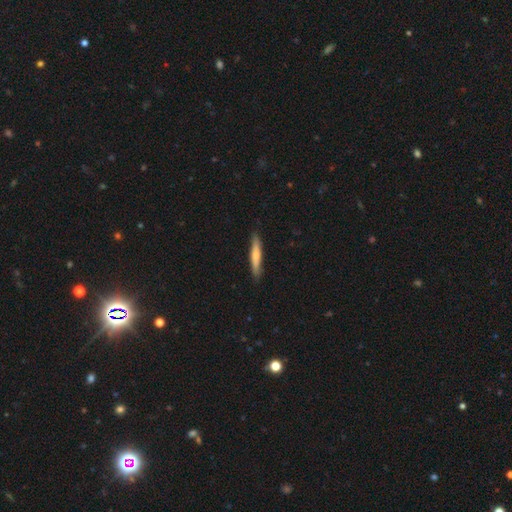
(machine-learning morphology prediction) Smooth or featured: smooth — 66% (featured or disk — 29%)
How rounded: cigar-shaped — 93% (in between — 6%)
Merging: none — 88% (minor disturbance — 9%)